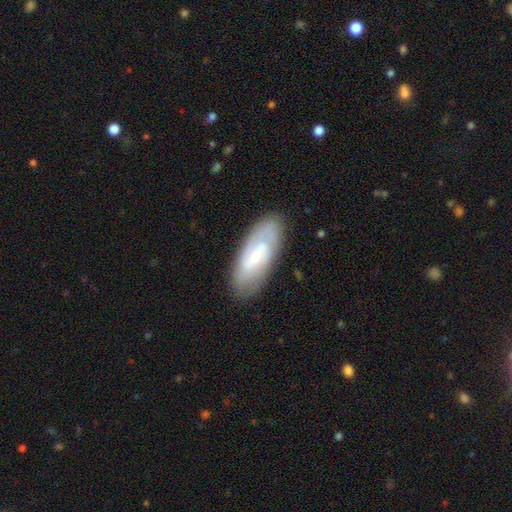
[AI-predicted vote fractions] Smooth or featured? featured or disk (58%)
Edge-on disk? no (88%)
Bar? weak (51%)
Spiral arms? yes (76%)
Bulge size? small (58%)
Merging? none (82%)